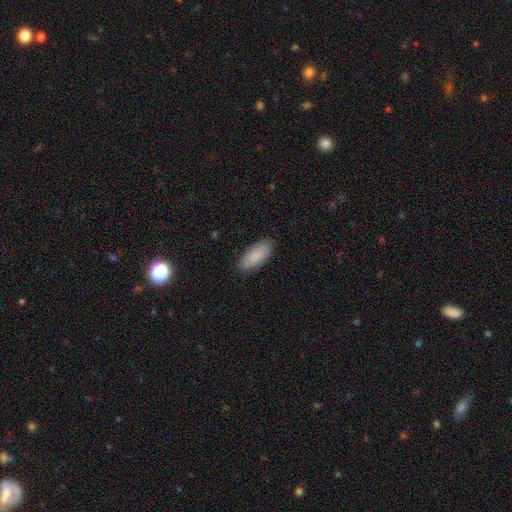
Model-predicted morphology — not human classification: Smooth or featured?
  - smooth: 88% *
  - featured or disk: 6%
  - star or artifact: 6%
How rounded?
  - in between: 83% *
  - cigar-shaped: 16%
  - round: 2%
Merging?
  - none: 87% *
  - minor disturbance: 10%
  - major disturbance: 2%
  - merger: 1%